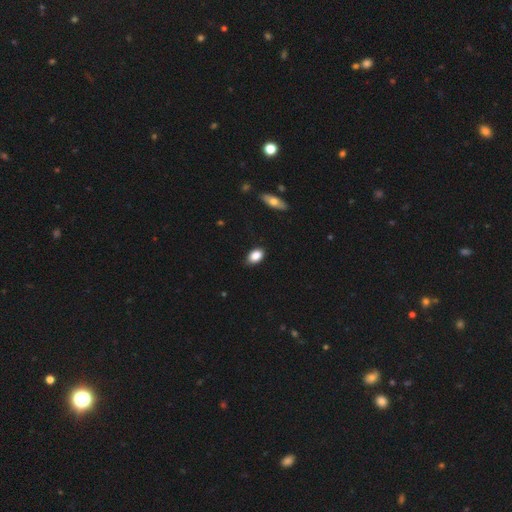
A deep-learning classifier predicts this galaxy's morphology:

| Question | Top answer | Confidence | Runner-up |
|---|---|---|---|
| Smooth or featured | smooth | 87% | star or artifact (8%) |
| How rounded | in between | 89% | round (9%) |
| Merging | none | 82% | minor disturbance (15%) |